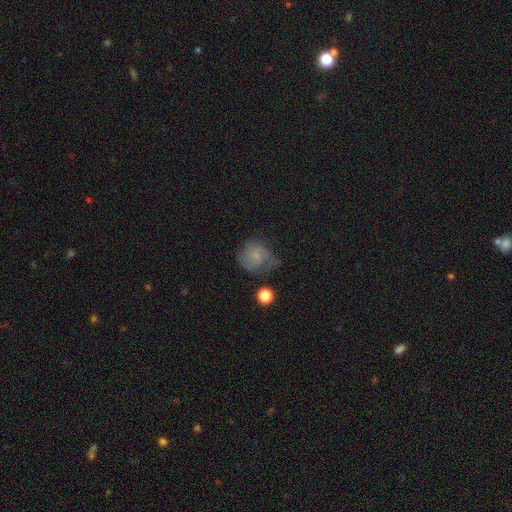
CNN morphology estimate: Q: Smooth or featured?
A: smooth (63%); runner-up: featured or disk (26%)
Q: How rounded?
A: round (79%); runner-up: in between (20%)
Q: Merging?
A: none (46%); runner-up: minor disturbance (32%)